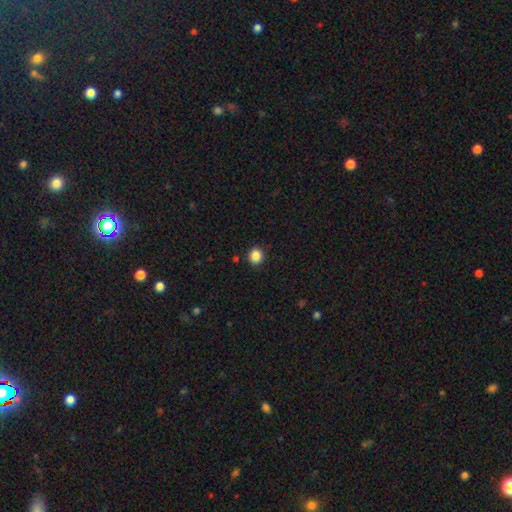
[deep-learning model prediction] smooth-or-featured: smooth: 86% | star or artifact: 11% | featured or disk: 3%
  how-rounded: round: 86% | in between: 13% | cigar-shaped: 1%
  merging: none: 91% | minor disturbance: 6% | major disturbance: 2% | merger: 1%